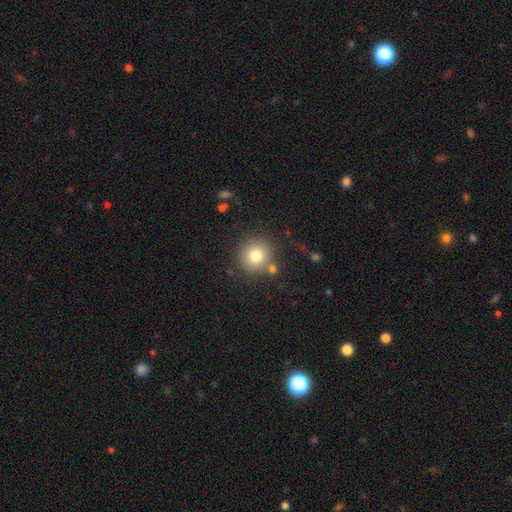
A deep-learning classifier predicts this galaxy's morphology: Smooth or featured? smooth (79%)
How rounded? round (92%)
Merging? none (80%)